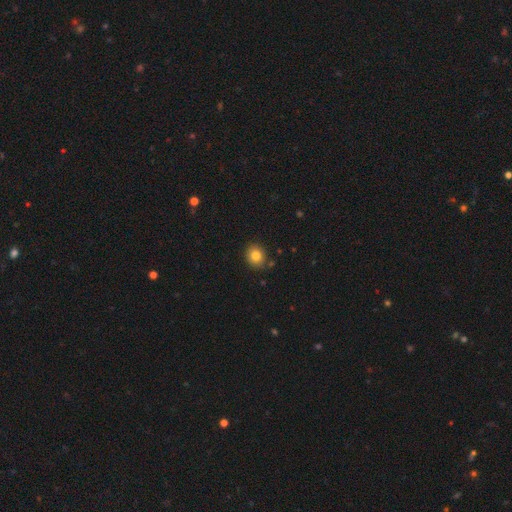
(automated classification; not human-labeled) Smooth or featured? smooth (83%)
How rounded? round (74%)
Merging? none (85%)